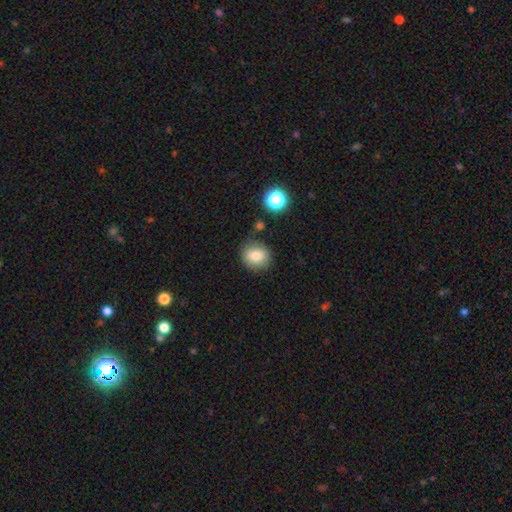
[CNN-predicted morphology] Smooth or featured? smooth (82%)
How rounded? round (77%)
Merging? none (77%)